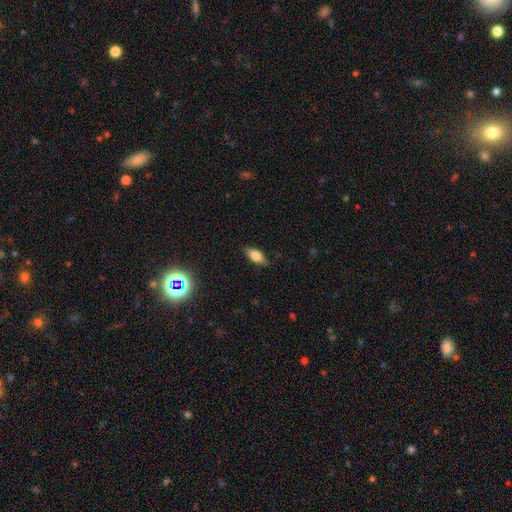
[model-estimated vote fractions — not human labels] A smooth galaxy with no disk features (76%) that is in between round and cigar-shaped (82%).

Vote fractions:
- Smooth or featured? smooth: 76% / featured or disk: 15% / star or artifact: 9%
- How rounded? in between: 82% / cigar-shaped: 15% / round: 3%
- Merging? none: 85% / minor disturbance: 11% / major disturbance: 2% / merger: 1%